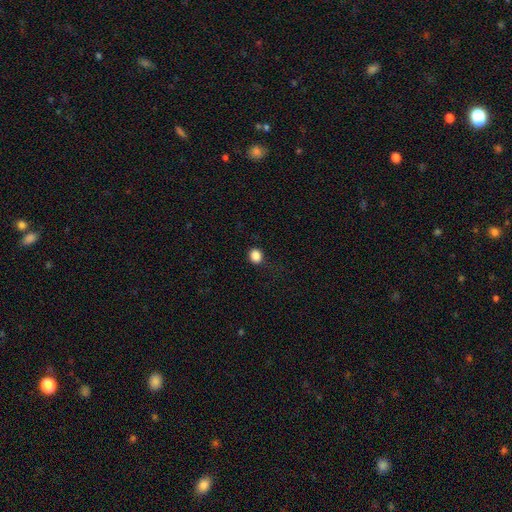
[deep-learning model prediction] Morphology: type=smooth (86%); roundness=round (71%); merging=none (86%).